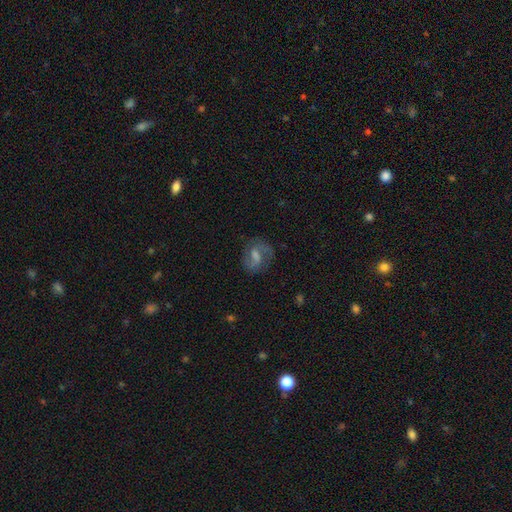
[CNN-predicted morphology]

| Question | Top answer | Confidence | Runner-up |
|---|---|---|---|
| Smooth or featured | featured or disk | 66% | smooth (22%) |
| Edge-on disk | no | 97% | yes (3%) |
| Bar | weak | 53% | no (26%) |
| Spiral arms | yes | 89% | no (11%) |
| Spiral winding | medium | 51% | tight (25%) |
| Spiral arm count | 2 | 80% | can't tell (10%) |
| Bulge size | moderate | 42% | small (29%) |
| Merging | none | 74% | minor disturbance (16%) |